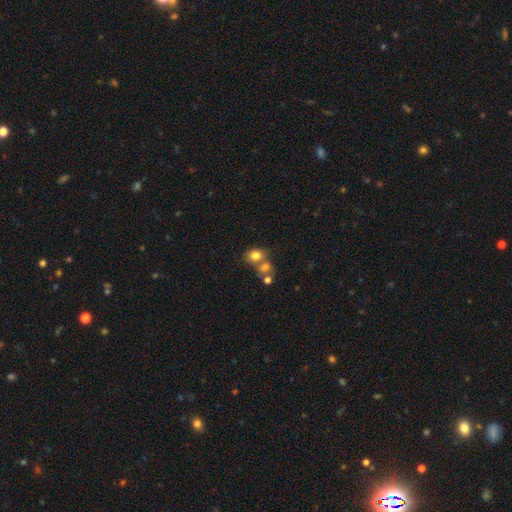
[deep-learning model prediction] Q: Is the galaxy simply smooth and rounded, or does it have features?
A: smooth — 78%.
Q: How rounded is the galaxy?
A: round — 56%.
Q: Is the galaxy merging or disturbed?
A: merger — 43%.